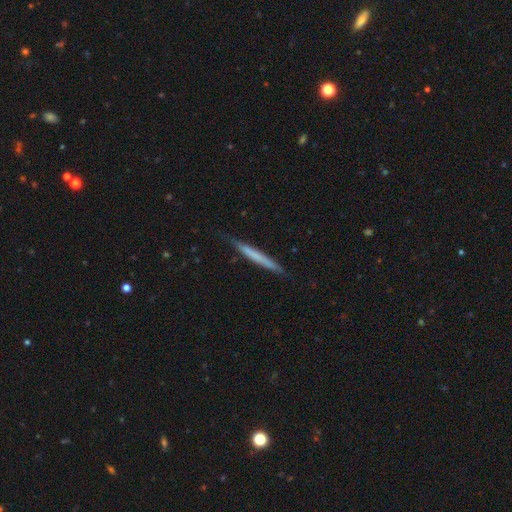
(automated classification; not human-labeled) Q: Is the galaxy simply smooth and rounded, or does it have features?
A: smooth — 58%.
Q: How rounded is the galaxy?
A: cigar-shaped — 97%.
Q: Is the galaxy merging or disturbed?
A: none — 83%.